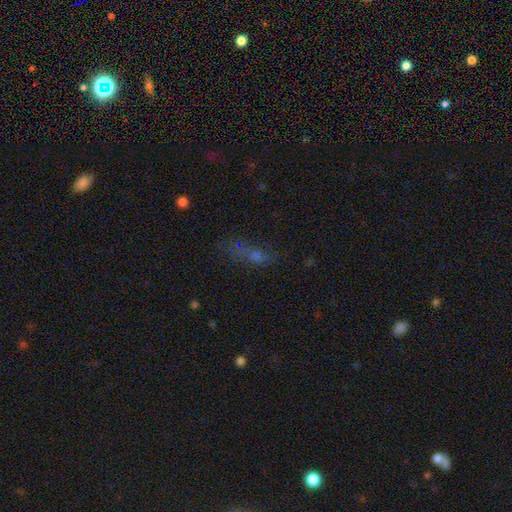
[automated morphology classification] Q: Smooth or featured?
A: smooth (48%); runner-up: star or artifact (29%)
Q: Merging?
A: none (53%); runner-up: minor disturbance (21%)